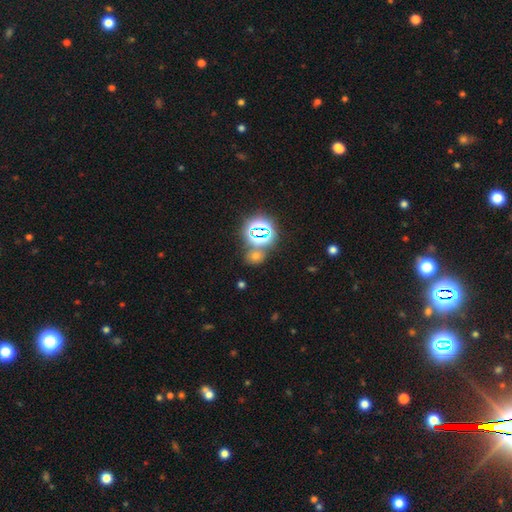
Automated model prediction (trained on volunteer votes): smooth_or_featured: smooth (p=0.48) [alt: star or artifact p=0.44]
merging: none (p=0.68) [alt: merger p=0.18]